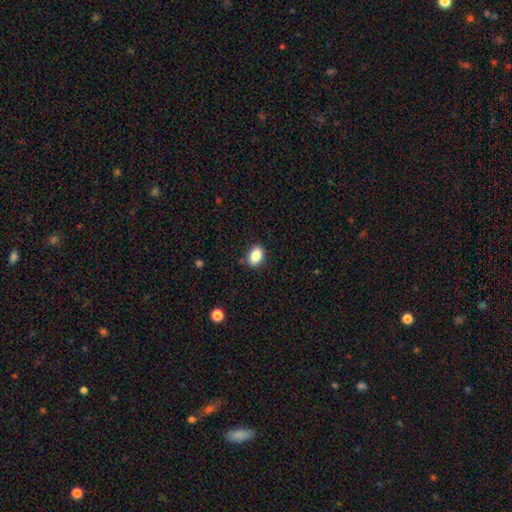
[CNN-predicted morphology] Smooth or featured? Predicted: smooth (p=0.87). How rounded? Predicted: in between (p=0.83). Merging? Predicted: none (p=0.85).